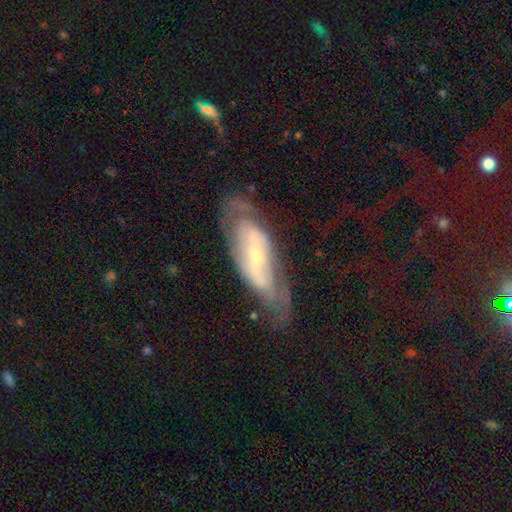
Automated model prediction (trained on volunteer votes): smooth_or_featured: featured or disk (p=0.74) [alt: smooth p=0.19]
disk_edge_on: no (p=0.84) [alt: yes p=0.16]
bar: strong (p=0.35) [alt: weak p=0.33]
has_spiral_arms: yes (p=0.75) [alt: no p=0.25]
bulge_size: small (p=0.70) [alt: moderate p=0.25]
merging: none (p=0.54) [alt: minor disturbance p=0.23]